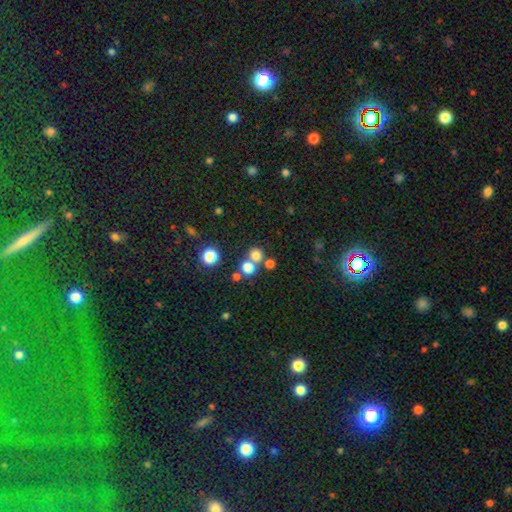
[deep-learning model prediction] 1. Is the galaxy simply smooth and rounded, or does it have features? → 73% smooth, 19% star or artifact, 8% featured or disk.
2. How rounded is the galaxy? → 89% round, 10% in between, 1% cigar-shaped.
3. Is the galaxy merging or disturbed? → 62% none, 29% merger, 6% minor disturbance, 3% major disturbance.